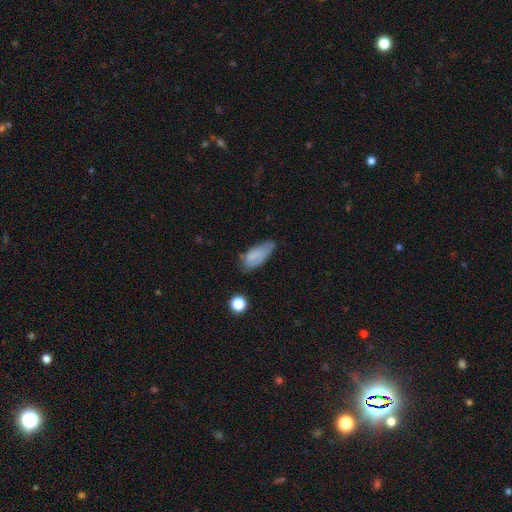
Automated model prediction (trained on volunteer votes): smooth_or_featured: smooth (p=0.73) [alt: featured or disk p=0.18]
how_rounded: in between (p=0.85) [alt: cigar-shaped p=0.12]
merging: none (p=0.46) [alt: minor disturbance p=0.39]